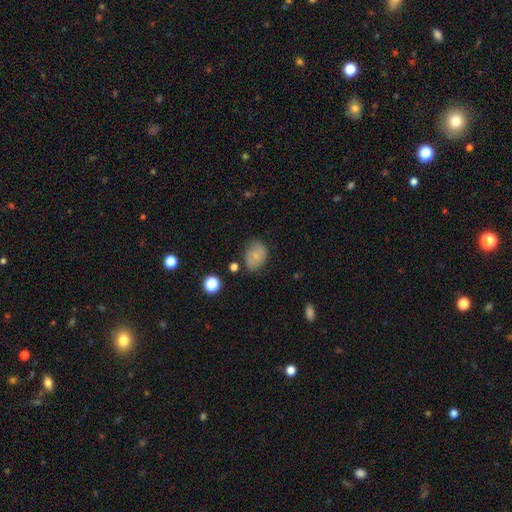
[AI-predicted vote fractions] This appears to be a smooth galaxy with no disk features (73%) that is in between round and cigar-shaped (72%). Merging: none (66%).